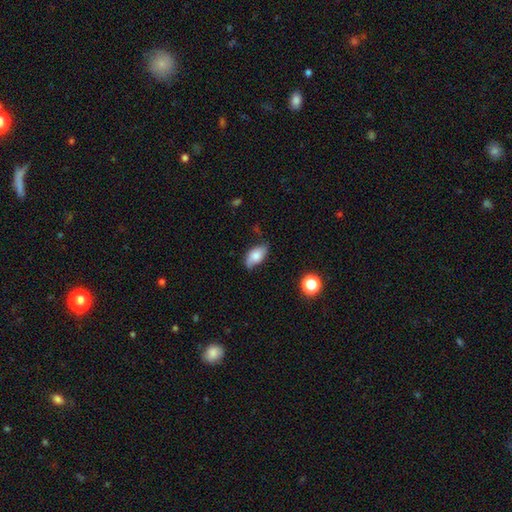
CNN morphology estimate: This appears to be a smooth galaxy with no disk features (73%) that is in between round and cigar-shaped (90%). Merging: none (67%).